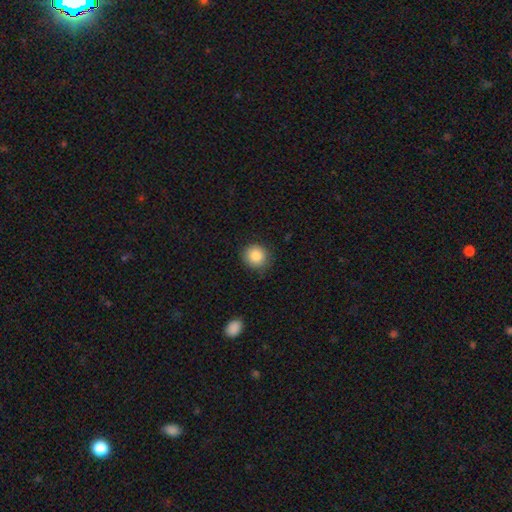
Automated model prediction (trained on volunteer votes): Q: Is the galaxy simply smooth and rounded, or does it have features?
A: smooth — 85%.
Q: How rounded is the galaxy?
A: round — 87%.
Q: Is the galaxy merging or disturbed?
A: none — 85%.